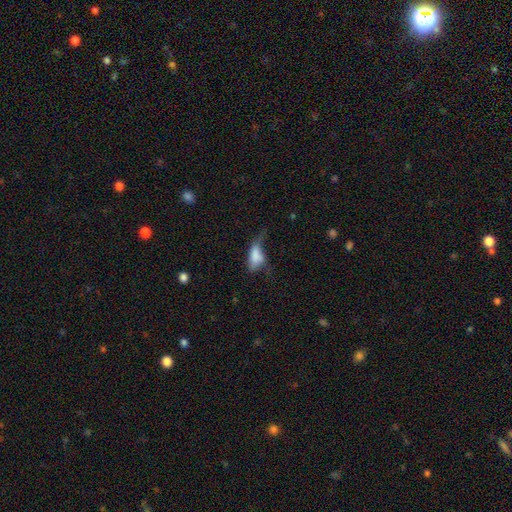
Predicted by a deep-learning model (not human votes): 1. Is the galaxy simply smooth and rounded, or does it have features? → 71% smooth, 20% featured or disk, 9% star or artifact.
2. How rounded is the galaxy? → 86% in between, 10% cigar-shaped, 4% round.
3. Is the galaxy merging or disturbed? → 47% major disturbance, 27% minor disturbance, 20% none, 7% merger.